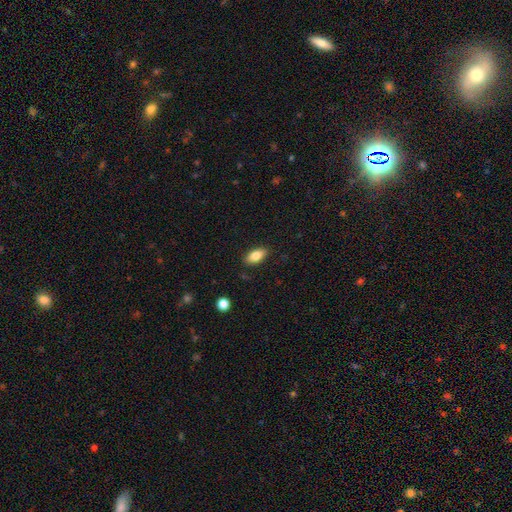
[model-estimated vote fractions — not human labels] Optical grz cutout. It shows a smooth galaxy with no disk features (82%) that is in between round and cigar-shaped (90%). Merging: none (87%).